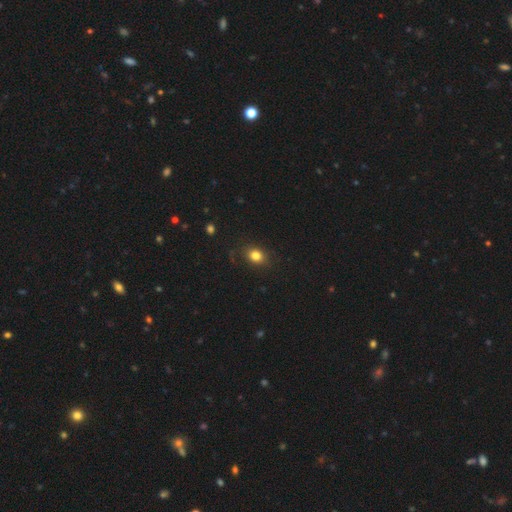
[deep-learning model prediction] This appears to be a smooth galaxy with no disk features (82%) that is in between round and cigar-shaped (52%). Merging: none (83%).